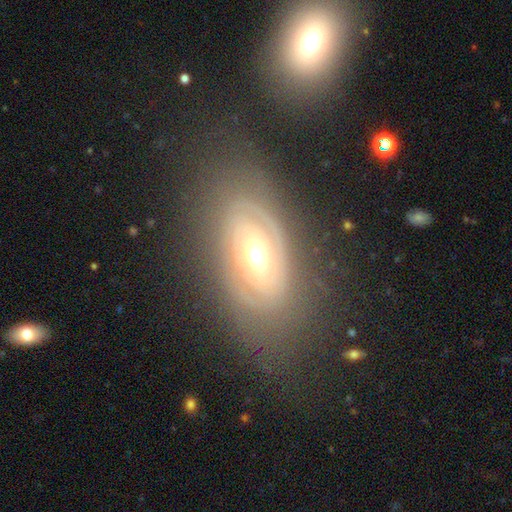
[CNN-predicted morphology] A featured or disk galaxy (77%) with no bar (73%), spiral arms (66%) and a moderate central bulge (71%).

Vote fractions:
- Smooth or featured? featured or disk: 77% / smooth: 17% / star or artifact: 6%
- Edge-on disk? no: 90% / yes: 10%
- Bar? no: 73% / weak: 18% / strong: 9%
- Spiral arms? yes: 66% / no: 34%
- Bulge size? moderate: 71% / small: 13% / large: 13% / dominant: 2% / none: 1%
- Merging? none: 74% / minor disturbance: 16% / major disturbance: 9% / merger: 2%